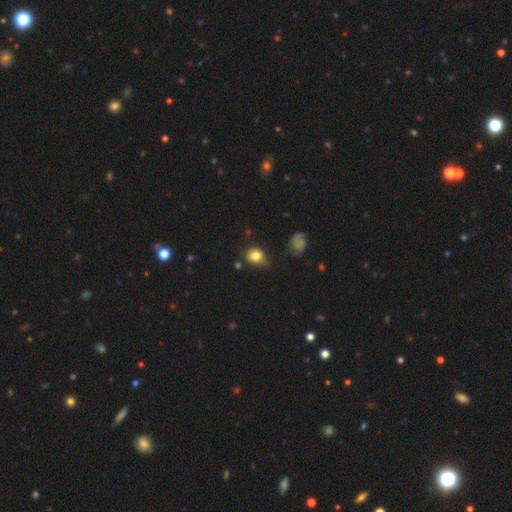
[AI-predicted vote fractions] A smooth galaxy with no disk features (80%) that is round (59%). Merging: none (56%).